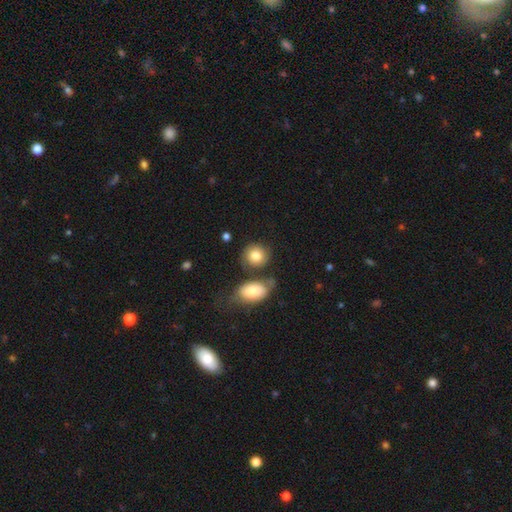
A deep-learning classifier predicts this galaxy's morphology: Smooth or featured: smooth — 81% (featured or disk — 12%)
How rounded: round — 76% (in between — 23%)
Merging: none — 60% (merger — 20%)